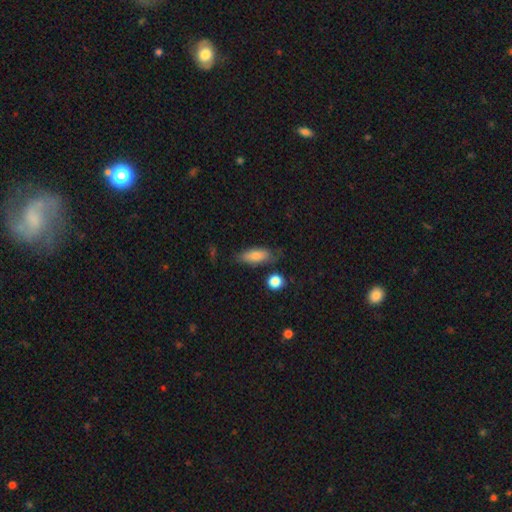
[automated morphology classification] Smooth or featured?
  - smooth: 78% *
  - featured or disk: 15%
  - star or artifact: 7%
How rounded?
  - in between: 75% *
  - cigar-shaped: 21%
  - round: 4%
Merging?
  - none: 68% *
  - minor disturbance: 22%
  - major disturbance: 6%
  - merger: 4%